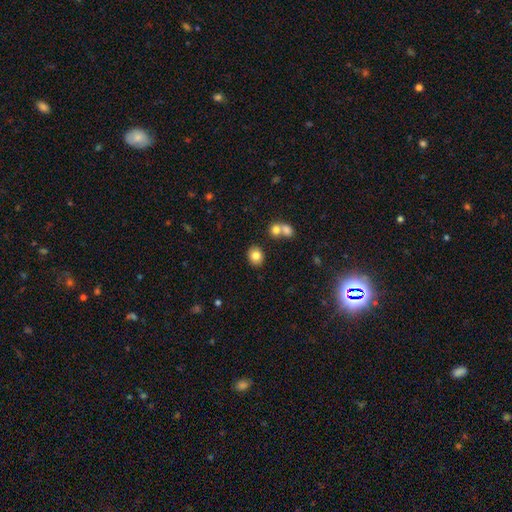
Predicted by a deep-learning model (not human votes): smooth-or-featured: smooth: 81% | star or artifact: 10% | featured or disk: 9%
  how-rounded: round: 61% | in between: 38% | cigar-shaped: 1%
  merging: none: 82% | minor disturbance: 8% | merger: 7% | major disturbance: 2%